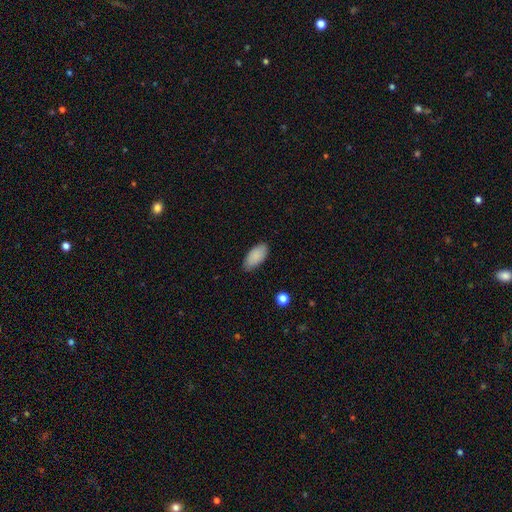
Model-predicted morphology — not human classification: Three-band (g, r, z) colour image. It shows a smooth galaxy with no disk features (88%) that is in between round and cigar-shaped (94%). Merging: none (80%).